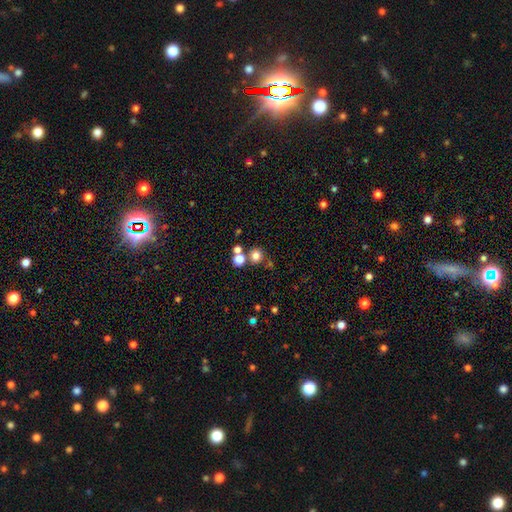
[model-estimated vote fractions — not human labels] Q: Smooth or featured?
A: smooth (75%); runner-up: star or artifact (16%)
Q: How rounded?
A: round (88%); runner-up: in between (11%)
Q: Merging?
A: none (66%); runner-up: merger (22%)